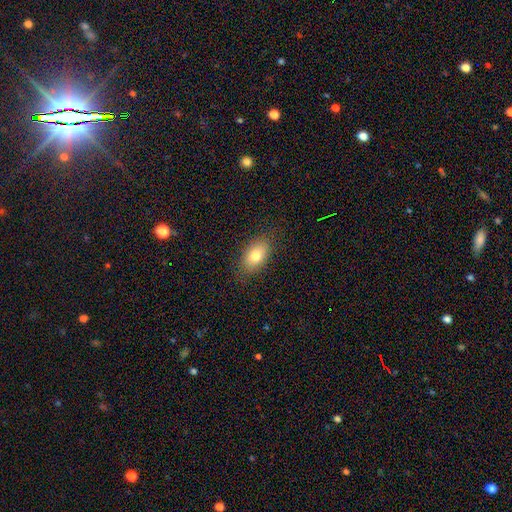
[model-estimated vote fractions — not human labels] Overall: smooth (77%). How rounded: in between (89%). Merging: none (84%).